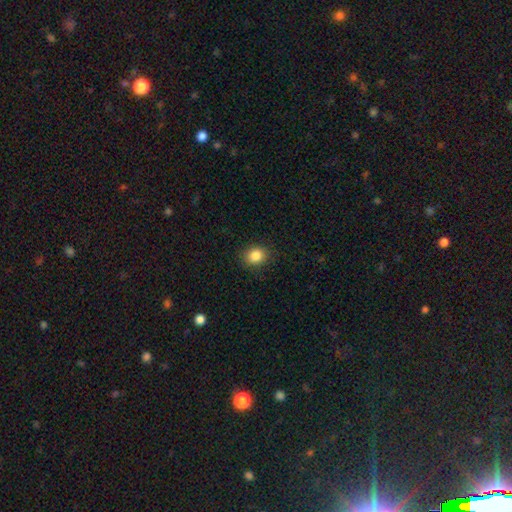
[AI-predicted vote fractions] smooth-or-featured: smooth: 86% | star or artifact: 10% | featured or disk: 4%
  how-rounded: round: 64% | in between: 35% | cigar-shaped: 1%
  merging: none: 87% | minor disturbance: 9% | major disturbance: 3% | merger: 1%